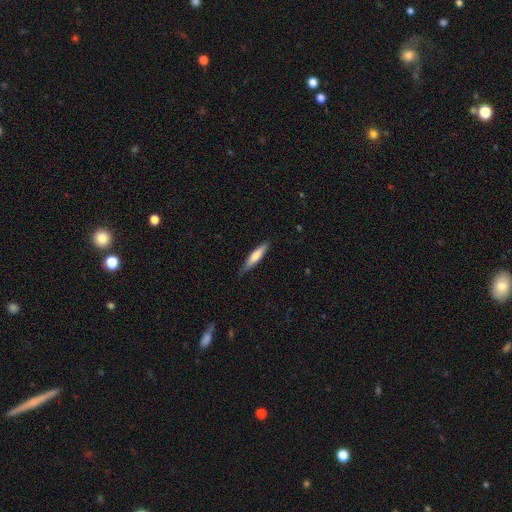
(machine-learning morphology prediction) smooth-or-featured: smooth: 69% | featured or disk: 26% | star or artifact: 5%
  how-rounded: cigar-shaped: 84% | in between: 15% | round: 1%
  merging: none: 81% | minor disturbance: 15% | major disturbance: 2% | merger: 1%